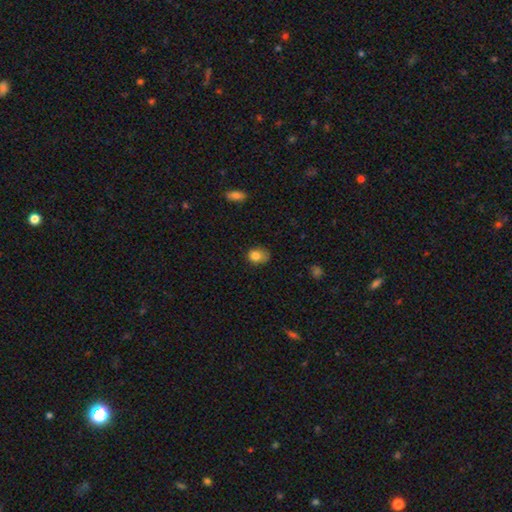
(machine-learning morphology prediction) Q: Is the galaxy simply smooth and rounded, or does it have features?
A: smooth — 81%.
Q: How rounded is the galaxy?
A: in between — 51%.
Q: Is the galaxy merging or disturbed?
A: none — 54%.